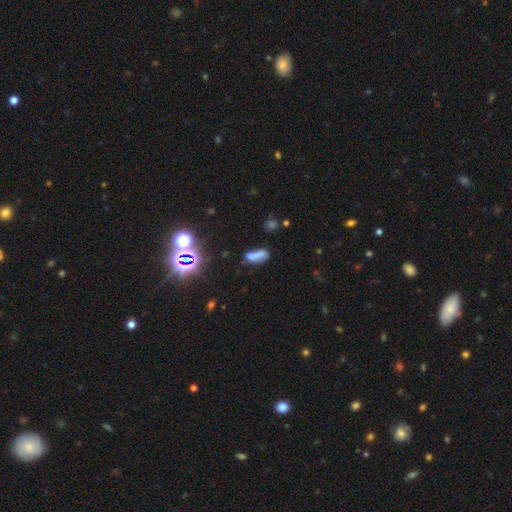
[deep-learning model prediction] A smooth galaxy with no disk features (62%) that is in between round and cigar-shaped (67%).

Vote fractions:
- Smooth or featured? smooth: 62% / star or artifact: 19% / featured or disk: 19%
- How rounded? in between: 67% / cigar-shaped: 28% / round: 5%
- Merging? none: 55% / minor disturbance: 23% / merger: 12% / major disturbance: 10%